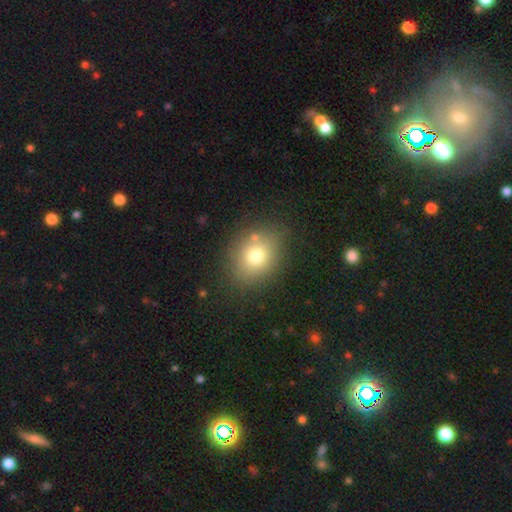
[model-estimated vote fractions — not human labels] This is likely a smooth galaxy (75%). How rounded: possibly round (53%). Merging: clearly none (81%).